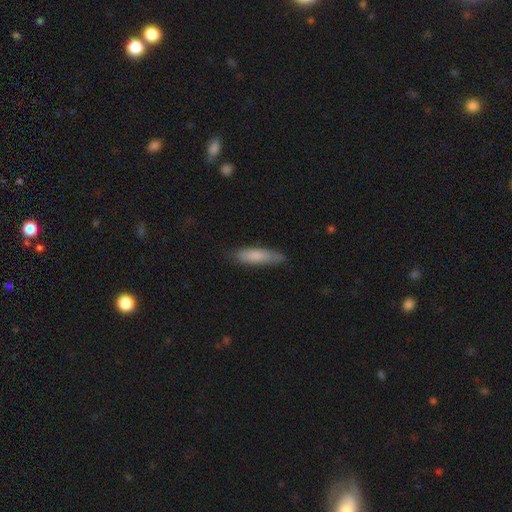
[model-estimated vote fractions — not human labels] Q: Smooth or featured?
A: smooth (80%); runner-up: featured or disk (14%)
Q: How rounded?
A: cigar-shaped (70%); runner-up: in between (29%)
Q: Merging?
A: none (80%); runner-up: minor disturbance (16%)